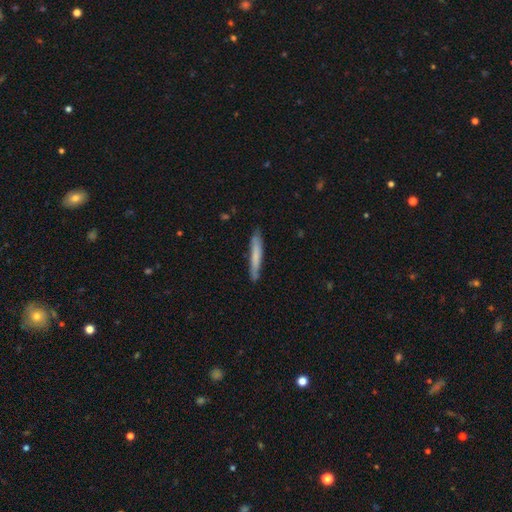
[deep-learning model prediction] Smooth or featured: smooth — 67% (featured or disk — 27%)
How rounded: cigar-shaped — 95% (in between — 4%)
Merging: none — 83% (minor disturbance — 13%)